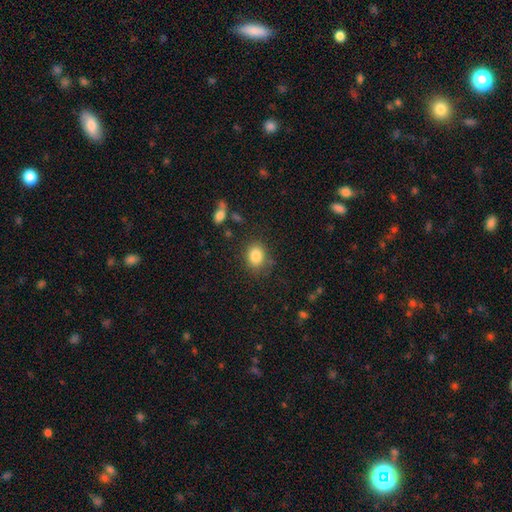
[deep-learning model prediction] smooth_or_featured: smooth (p=0.85) [alt: star or artifact p=0.09]
how_rounded: in between (p=0.55) [alt: round p=0.44]
merging: none (p=0.78) [alt: minor disturbance p=0.14]